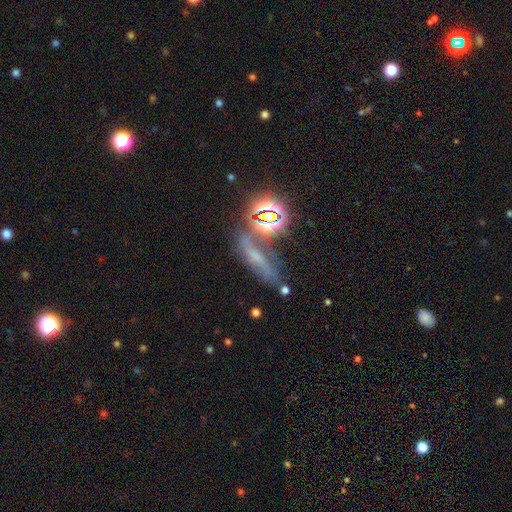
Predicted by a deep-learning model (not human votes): A star or artifact, not a galaxy (38%).

Vote fractions:
- Smooth or featured? star or artifact: 38% / smooth: 31% / featured or disk: 31%